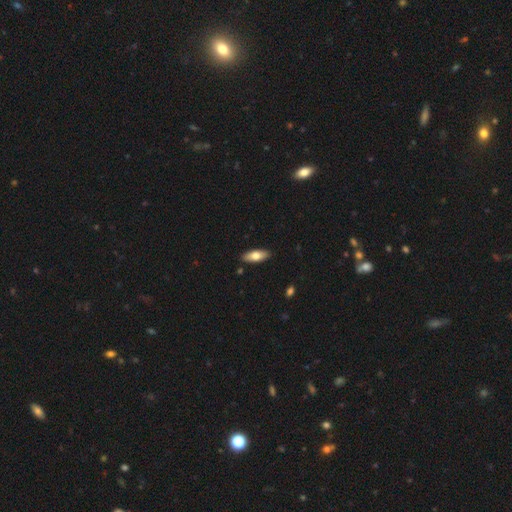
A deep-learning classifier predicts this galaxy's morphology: Overall: smooth (73%). How rounded: in between (74%). Merging: none (89%).